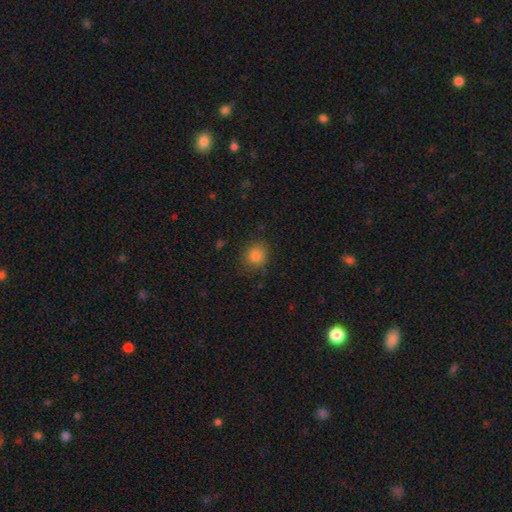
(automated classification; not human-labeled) This appears to be a smooth galaxy with no disk features (83%) that is round (84%). Merging: none (84%).